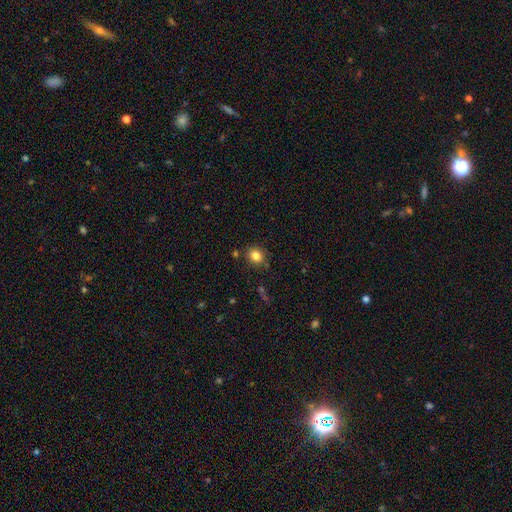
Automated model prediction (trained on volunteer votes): Morphology: type=smooth (83%); roundness=round (73%); merging=none (83%).